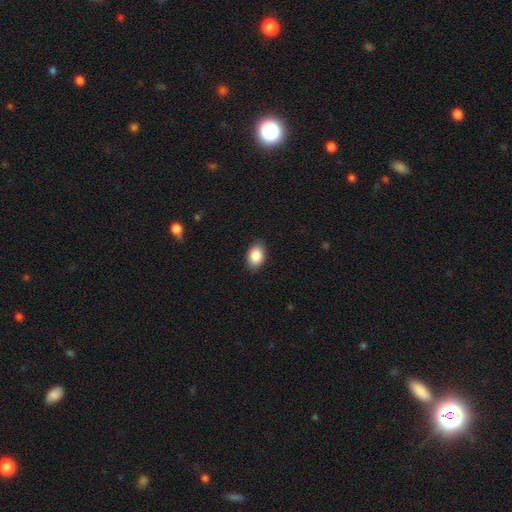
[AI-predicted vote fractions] A smooth galaxy with no disk features (87%) that is in between round and cigar-shaped (86%).

Vote fractions:
- Smooth or featured? smooth: 87% / star or artifact: 7% / featured or disk: 6%
- How rounded? in between: 86% / round: 13% / cigar-shaped: 1%
- Merging? none: 88% / minor disturbance: 9% / major disturbance: 2% / merger: 1%